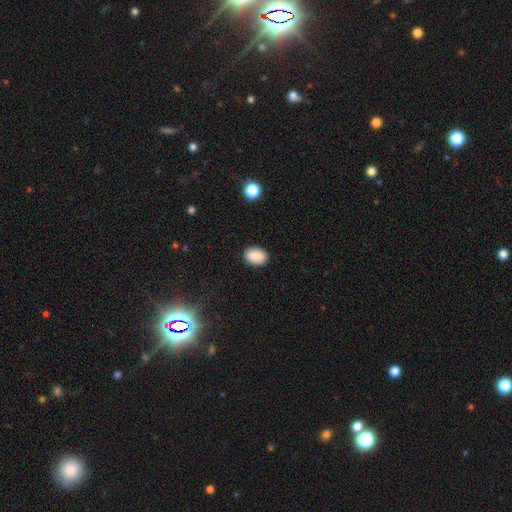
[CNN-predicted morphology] Q: Smooth or featured?
A: smooth (87%); runner-up: star or artifact (8%)
Q: How rounded?
A: in between (79%); runner-up: round (20%)
Q: Merging?
A: none (89%); runner-up: minor disturbance (8%)